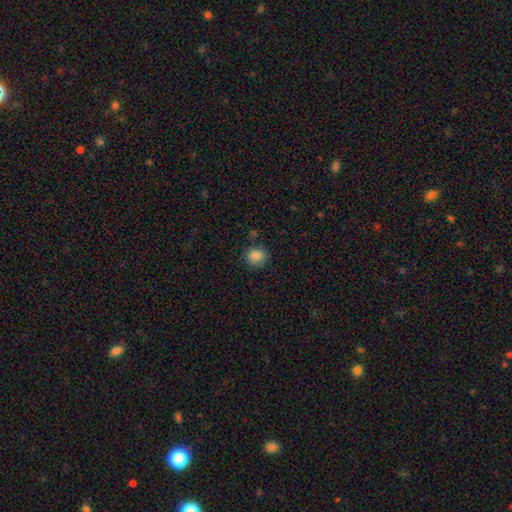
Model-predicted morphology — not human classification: smooth 85%, star or artifact 10%, featured or disk 5%. Down the decision tree: how rounded — round (85%); merging — none (80%).